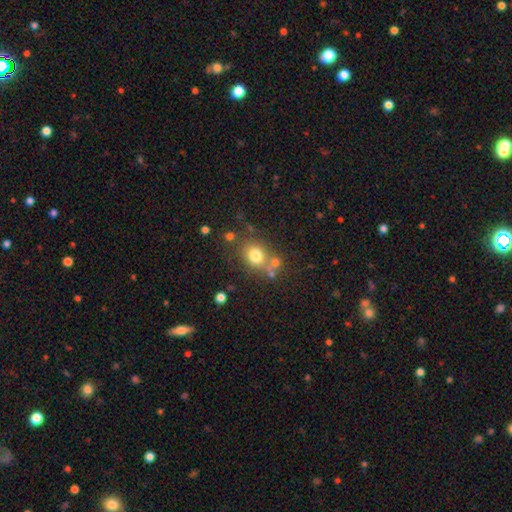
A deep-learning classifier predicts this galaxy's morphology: This appears to be a smooth galaxy with no disk features (75%) that is round (66%). Merging: none (64%).